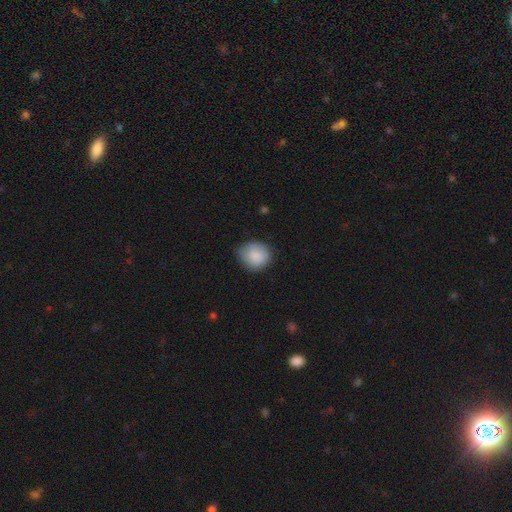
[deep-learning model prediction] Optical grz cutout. It shows a smooth galaxy with no disk features (85%) that is round (77%). Merging: none (74%).